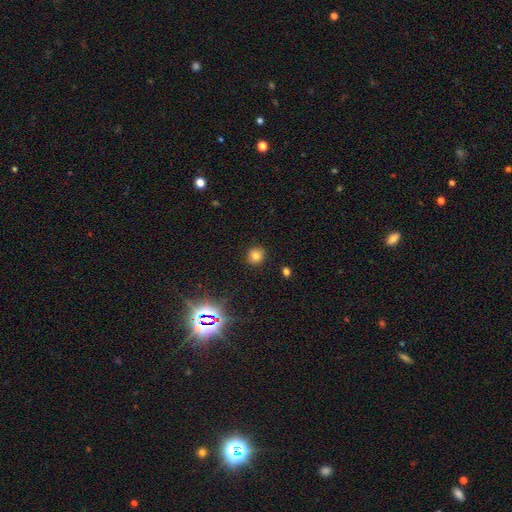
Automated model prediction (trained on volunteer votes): Q: Smooth or featured?
A: smooth (78%); runner-up: star or artifact (15%)
Q: How rounded?
A: round (88%); runner-up: in between (11%)
Q: Merging?
A: none (90%); runner-up: minor disturbance (6%)